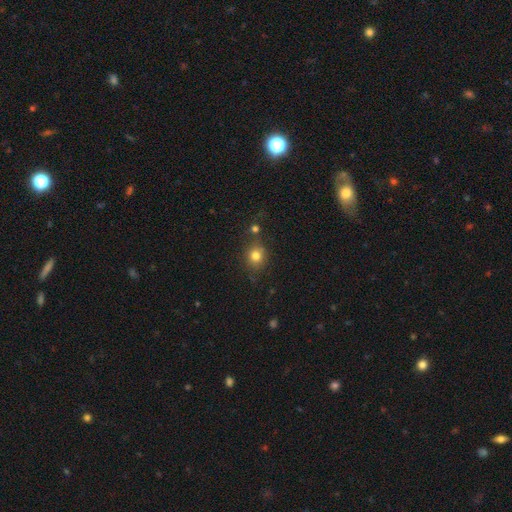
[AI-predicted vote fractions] The model was most divided on "how rounded": round: 77%, in between: 22%, cigar-shaped: 1%. More confident: smooth or featured — smooth (78%); merging — none (70%).